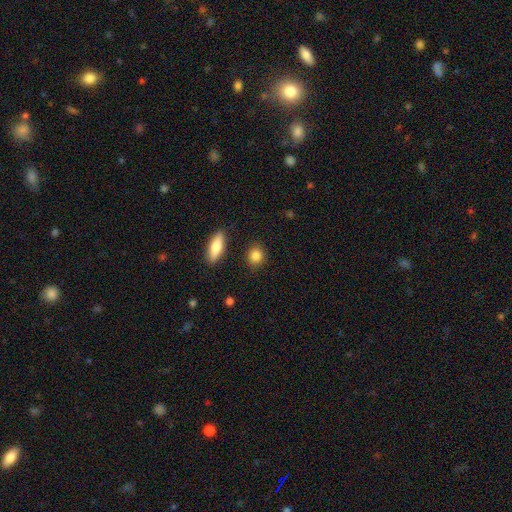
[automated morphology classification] The model was most divided on "how rounded": round: 71%, in between: 26%, cigar-shaped: 3%. More confident: merging — none (87%); smooth or featured — smooth (86%).